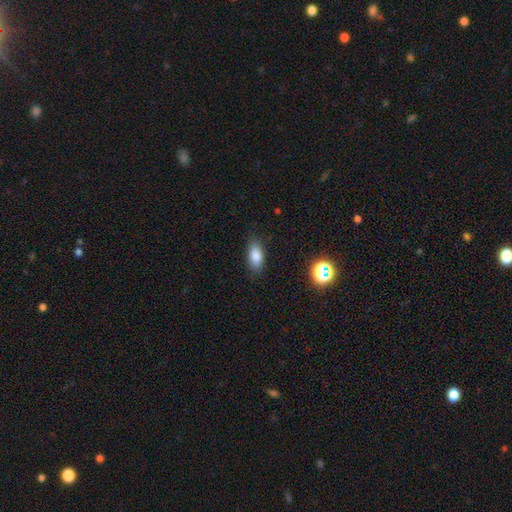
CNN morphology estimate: A smooth galaxy with no disk features (84%) that is in between round and cigar-shaped (85%). Merging: none (84%).